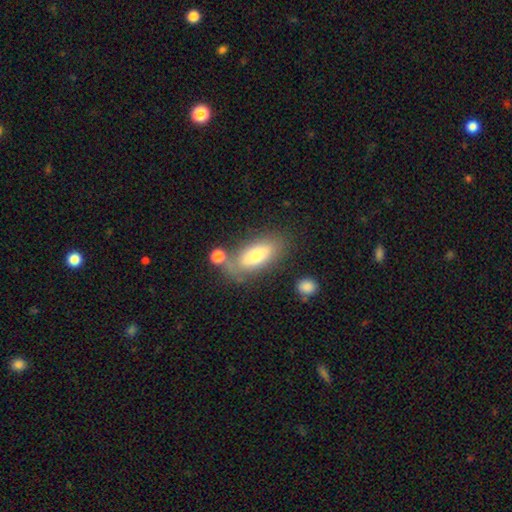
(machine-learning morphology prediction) Smooth or featured? Predicted: smooth (p=0.71). How rounded? Predicted: in between (p=0.80). Merging? Predicted: none (p=0.62).